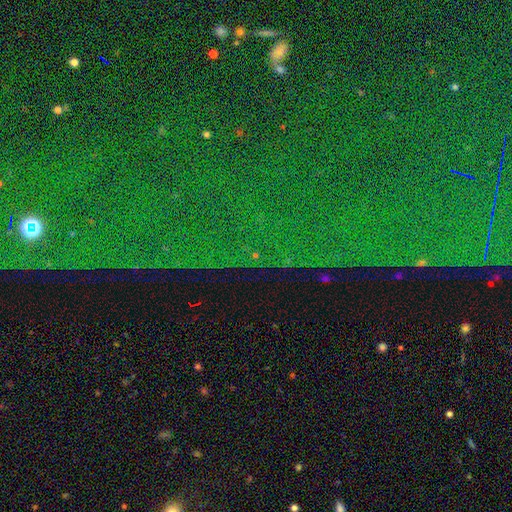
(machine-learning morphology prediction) Q: Smooth or featured?
A: star or artifact (84%); runner-up: featured or disk (8%)